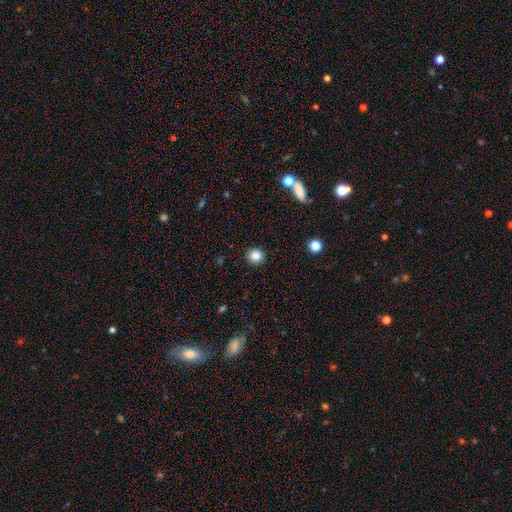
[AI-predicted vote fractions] Q: Smooth or featured?
A: smooth (84%); runner-up: star or artifact (11%)
Q: How rounded?
A: round (91%); runner-up: in between (8%)
Q: Merging?
A: none (92%); runner-up: minor disturbance (5%)